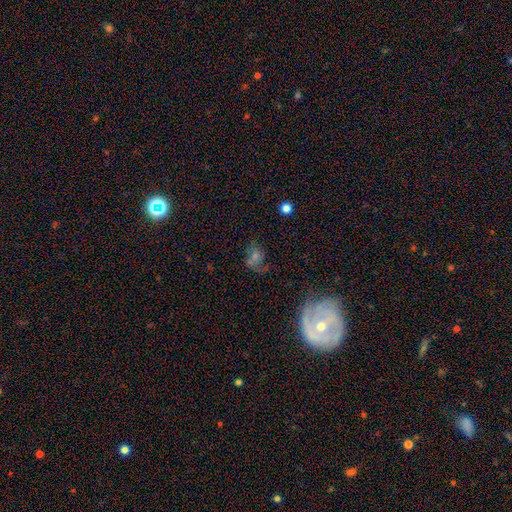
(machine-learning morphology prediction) smooth-or-featured: featured or disk: 41% | smooth: 35% | star or artifact: 24%
  merging: none: 54% | minor disturbance: 21% | major disturbance: 18% | merger: 7%